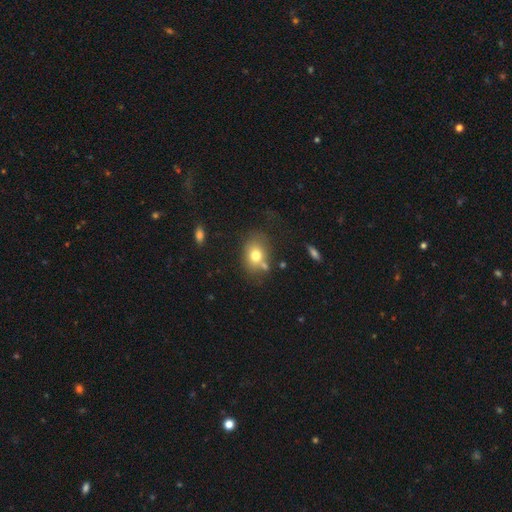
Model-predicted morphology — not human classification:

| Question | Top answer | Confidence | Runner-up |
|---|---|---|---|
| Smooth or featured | smooth | 74% | featured or disk (16%) |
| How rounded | in between | 60% | round (39%) |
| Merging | none | 59% | minor disturbance (19%) |